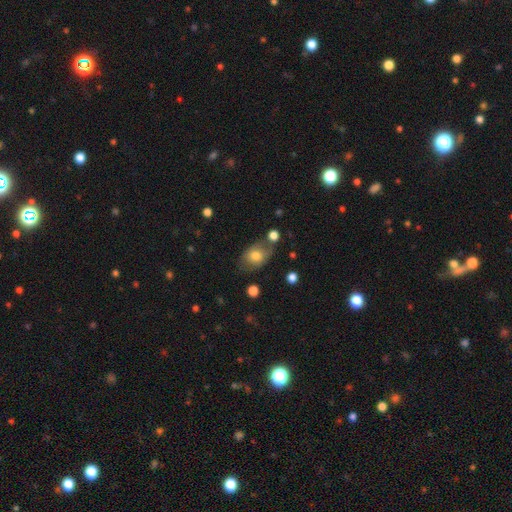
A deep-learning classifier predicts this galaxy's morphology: Smooth or featured?
  - smooth: 72% *
  - featured or disk: 19%
  - star or artifact: 9%
How rounded?
  - in between: 72% *
  - round: 27%
  - cigar-shaped: 1%
Merging?
  - none: 59% *
  - minor disturbance: 23%
  - merger: 9%
  - major disturbance: 9%